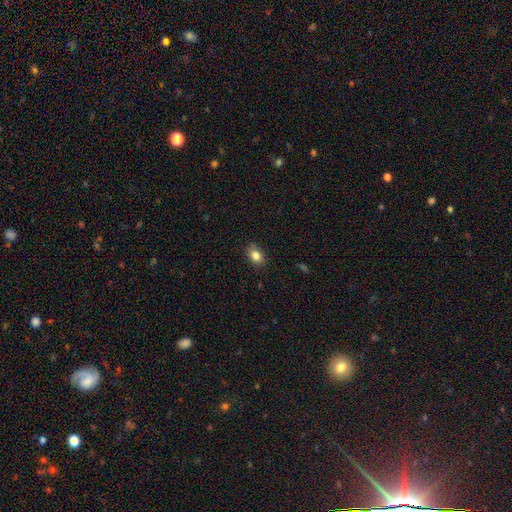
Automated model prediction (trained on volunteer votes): Smooth or featured? Predicted: smooth (p=0.84). How rounded? Predicted: in between (p=0.70). Merging? Predicted: none (p=0.82).